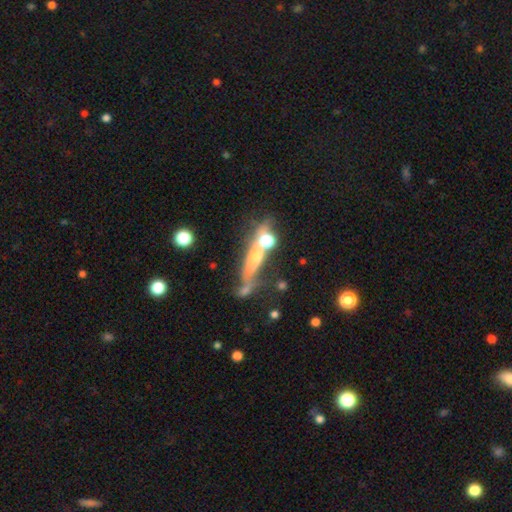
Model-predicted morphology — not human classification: featured or disk 53%, smooth 34%, star or artifact 13%. Down the decision tree: edge-on disk — yes (64%); merging — none (37%).